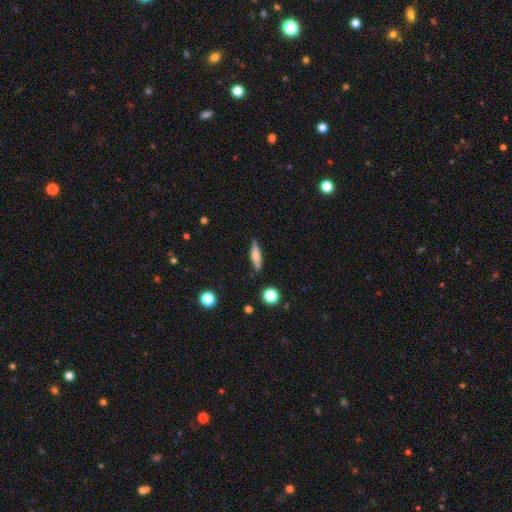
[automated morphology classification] This is likely a smooth galaxy (61%). How rounded: likely cigar-shaped (74%). Merging: clearly none (80%).